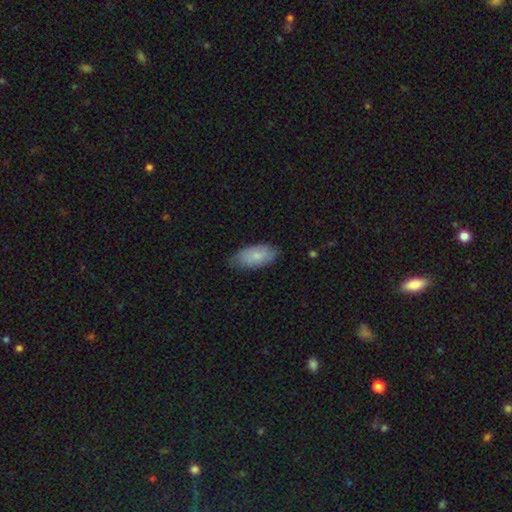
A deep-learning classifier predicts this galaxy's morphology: smooth 76%, featured or disk 18%, star or artifact 6%. Down the decision tree: how rounded — in between (93%); merging — none (70%).